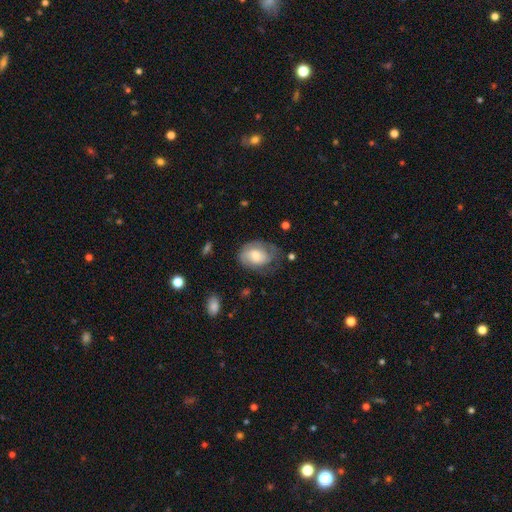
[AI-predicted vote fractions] smooth_or_featured: smooth (p=0.51) [alt: featured or disk p=0.42]
how_rounded: in between (p=0.70) [alt: round p=0.29]
merging: none (p=0.52) [alt: minor disturbance p=0.28]